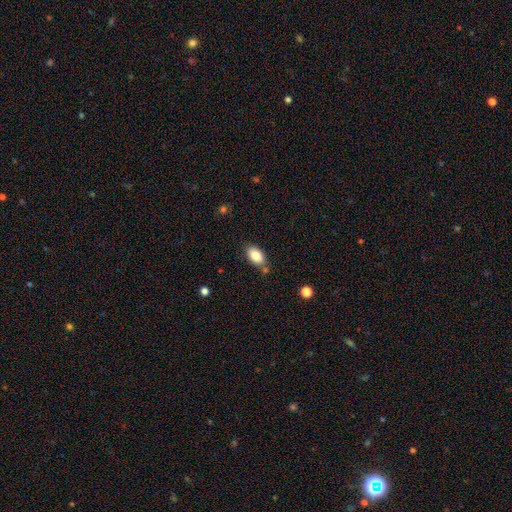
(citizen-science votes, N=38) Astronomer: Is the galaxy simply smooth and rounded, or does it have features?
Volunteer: smooth — 89%.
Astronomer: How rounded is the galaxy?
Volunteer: in between — 97%.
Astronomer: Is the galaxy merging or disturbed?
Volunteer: none — 83%.